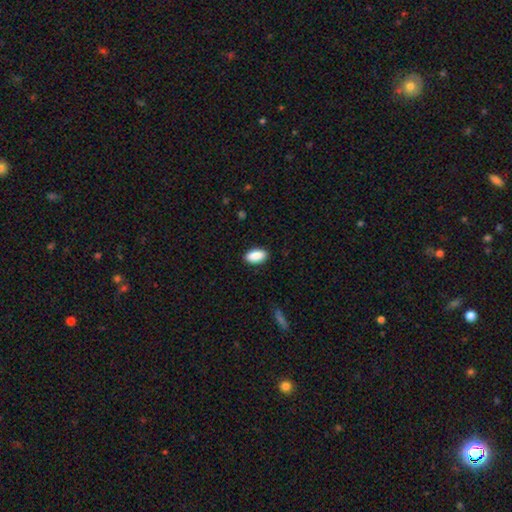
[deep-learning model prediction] This is clearly a smooth galaxy (90%). How rounded: clearly in between (93%). Merging: clearly none (89%).